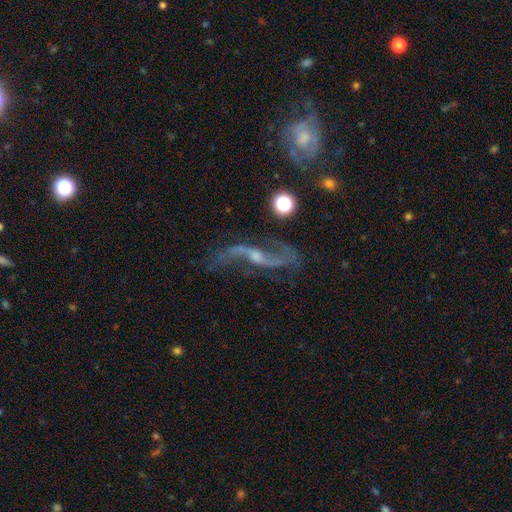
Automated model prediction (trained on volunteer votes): Smooth or featured?
  - featured or disk: 83% *
  - star or artifact: 10%
  - smooth: 7%
Edge-on disk?
  - no: 87% *
  - yes: 13%
Bar?
  - weak: 40% *
  - no: 35%
  - strong: 25%
Spiral arms?
  - yes: 92% *
  - no: 8%
Spiral winding?
  - loose: 83% *
  - medium: 13%
  - tight: 5%
Spiral arm count?
  - 2: 90% *
  - 1: 4%
  - can't tell: 3%
  - 3: 1%
  - 4: 1%
  - more than 4: 1%
Bulge size?
  - small: 61% *
  - moderate: 29%
  - none: 7%
  - large: 2%
  - dominant: 1%
Merging?
  - none: 61% *
  - minor disturbance: 17%
  - major disturbance: 15%
  - merger: 7%